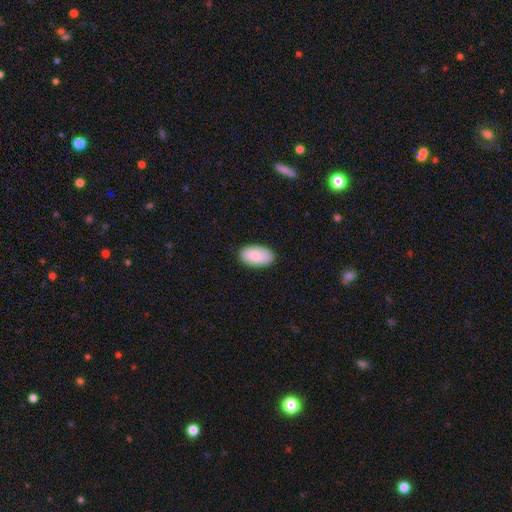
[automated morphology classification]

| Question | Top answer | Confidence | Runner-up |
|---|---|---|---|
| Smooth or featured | smooth | 87% | featured or disk (7%) |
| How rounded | in between | 95% | round (3%) |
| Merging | none | 87% | minor disturbance (11%) |